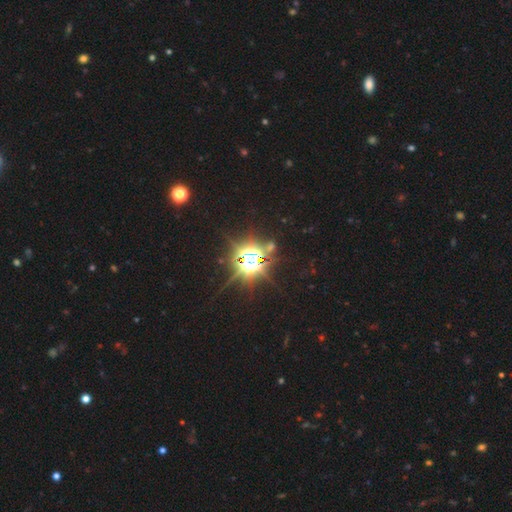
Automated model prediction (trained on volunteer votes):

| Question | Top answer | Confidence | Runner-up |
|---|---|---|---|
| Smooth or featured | star or artifact | 85% | smooth (8%) |